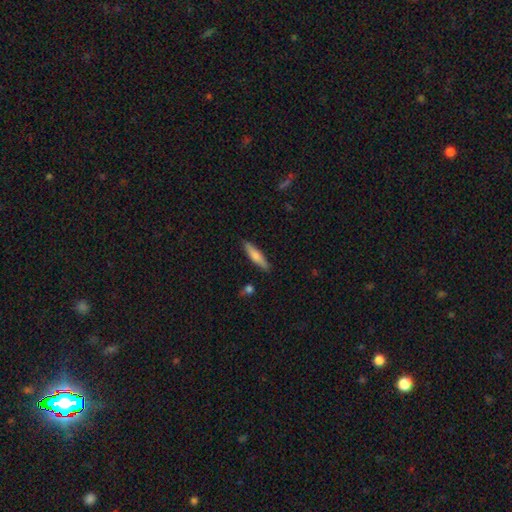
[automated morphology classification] Smooth or featured: smooth — 68% (featured or disk — 26%)
How rounded: cigar-shaped — 80% (in between — 18%)
Merging: none — 88% (minor disturbance — 8%)